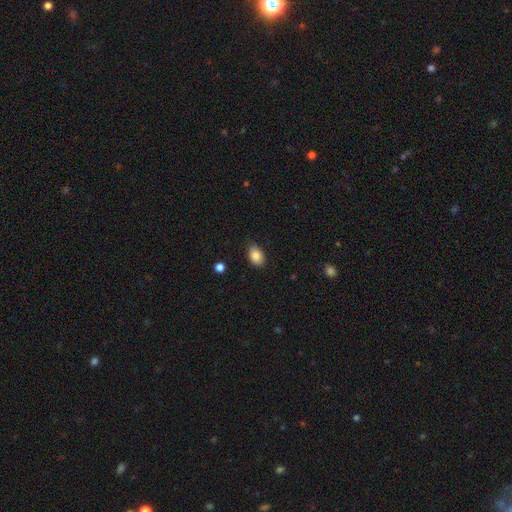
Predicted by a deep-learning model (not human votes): smooth 85%, star or artifact 8%, featured or disk 7%. Down the decision tree: how rounded — in between (87%); merging — none (81%).